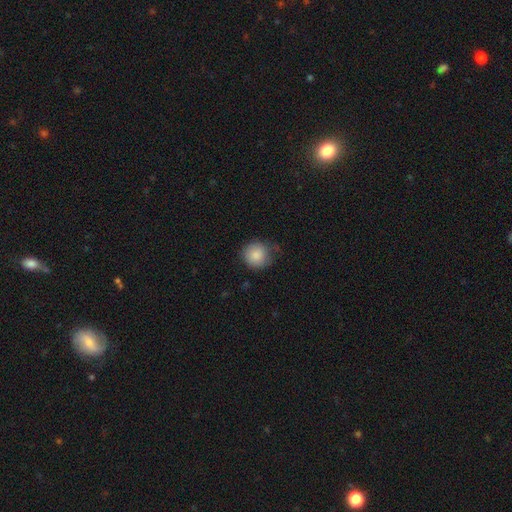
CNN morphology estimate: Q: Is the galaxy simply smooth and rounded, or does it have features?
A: smooth — 86%.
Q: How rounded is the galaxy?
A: round — 89%.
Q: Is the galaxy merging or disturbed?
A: none — 65%.